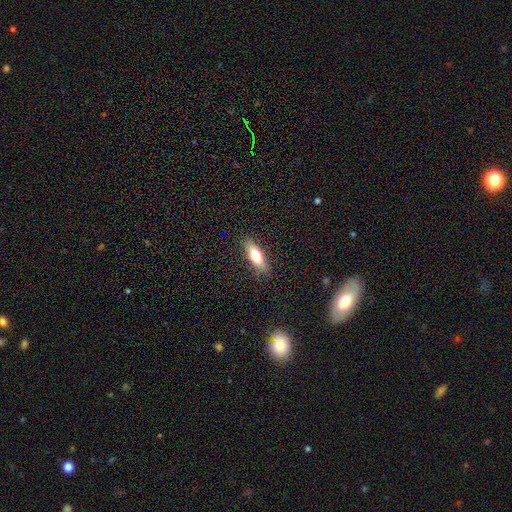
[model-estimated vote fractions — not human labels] Overall: smooth (66%; featured or disk 27%). How rounded: in between (52%; cigar-shaped 45%). Merging: none (87%).